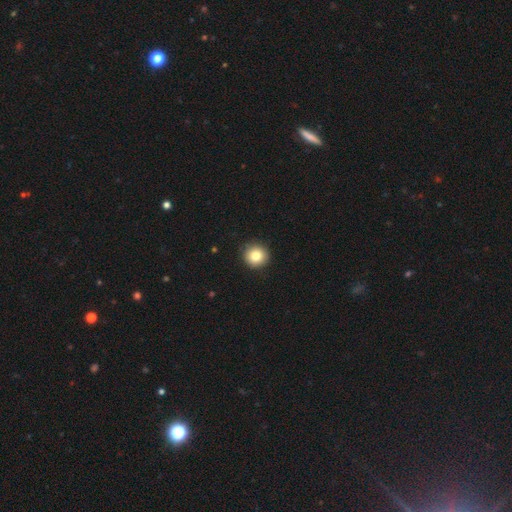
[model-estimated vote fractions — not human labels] This appears to be a smooth galaxy with no disk features (82%) that is round (95%). Merging: none (92%).